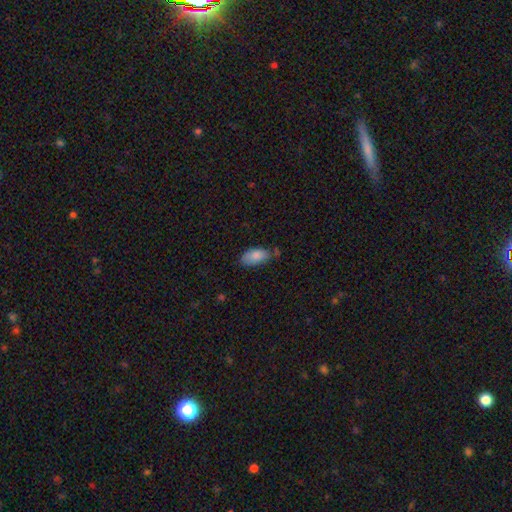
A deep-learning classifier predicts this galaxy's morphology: A smooth galaxy with no disk features (84%) that is in between round and cigar-shaped (93%).

Vote fractions:
- Smooth or featured? smooth: 84% / featured or disk: 9% / star or artifact: 7%
- How rounded? in between: 93% / cigar-shaped: 4% / round: 3%
- Merging? none: 58% / minor disturbance: 30% / major disturbance: 6% / merger: 6%